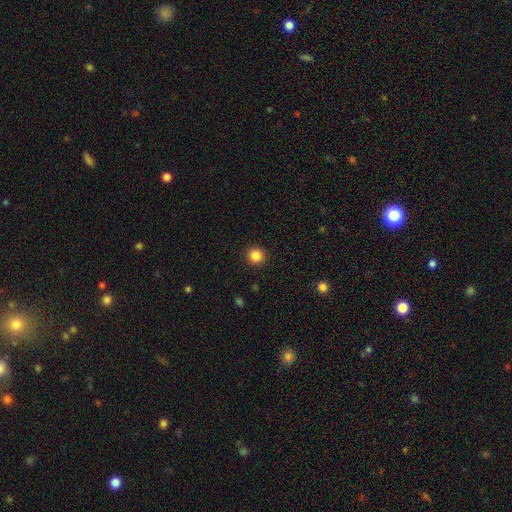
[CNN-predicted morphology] smooth_or_featured: smooth (p=0.86) [alt: star or artifact p=0.11]
how_rounded: round (p=0.95) [alt: in between p=0.04]
merging: none (p=0.92) [alt: minor disturbance p=0.05]